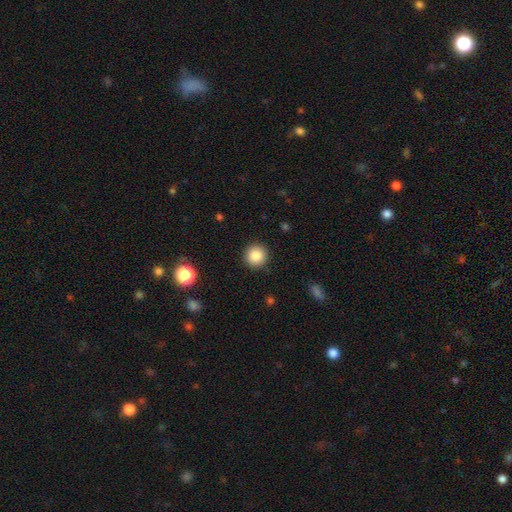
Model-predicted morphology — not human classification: A smooth galaxy with no disk features (85%) that is round (94%). Merging: none (91%).